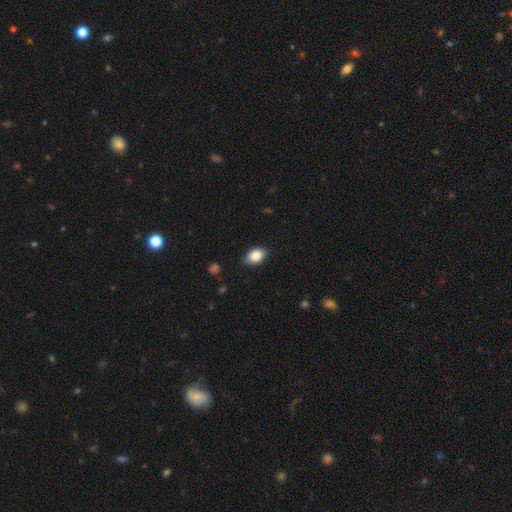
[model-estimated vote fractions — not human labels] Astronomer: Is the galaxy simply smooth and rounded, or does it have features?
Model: smooth — 85%.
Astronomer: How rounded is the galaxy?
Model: in between — 84%.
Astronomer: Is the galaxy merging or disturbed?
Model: none — 86%.